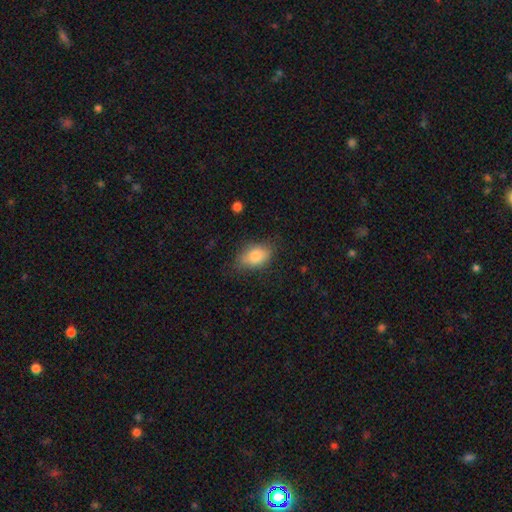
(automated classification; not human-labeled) This is clearly a smooth galaxy (81%). How rounded: clearly in between (87%). Merging: likely none (72%).